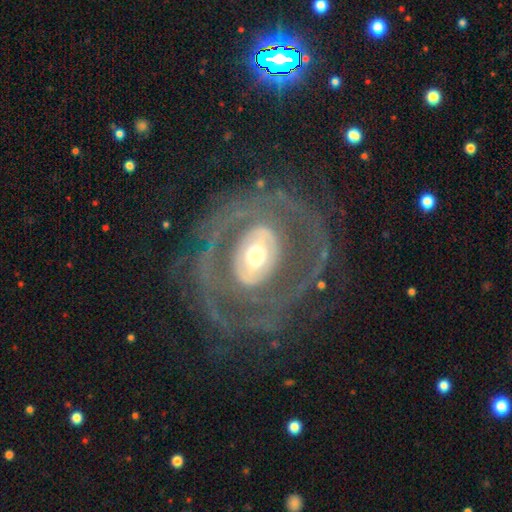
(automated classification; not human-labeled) A featured or disk galaxy (83%) with no bar (38%), 2 (47%) tight (46%) spiral arms (72%) and a moderate central bulge (59%). Merging: none (68%).